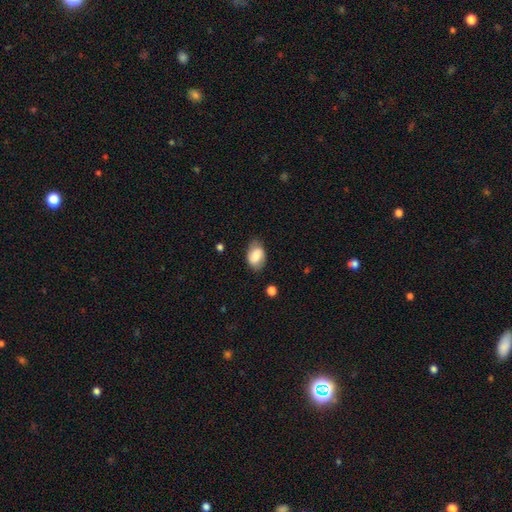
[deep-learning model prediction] Smooth or featured: smooth — 72% (featured or disk — 20%)
How rounded: in between — 88% (round — 10%)
Merging: none — 73% (minor disturbance — 20%)